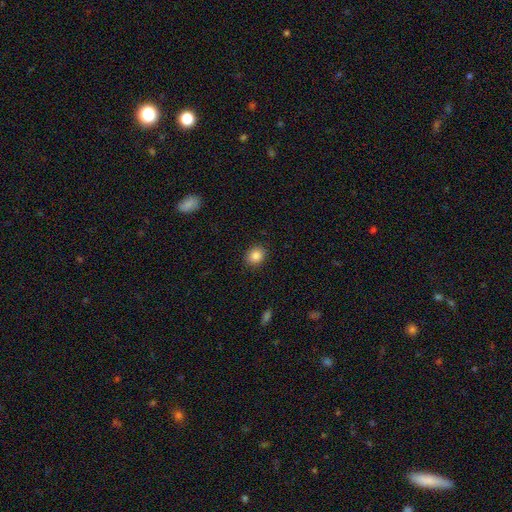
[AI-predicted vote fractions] Overall: smooth (85%). How rounded: round (66%; in between 33%). Merging: none (89%).